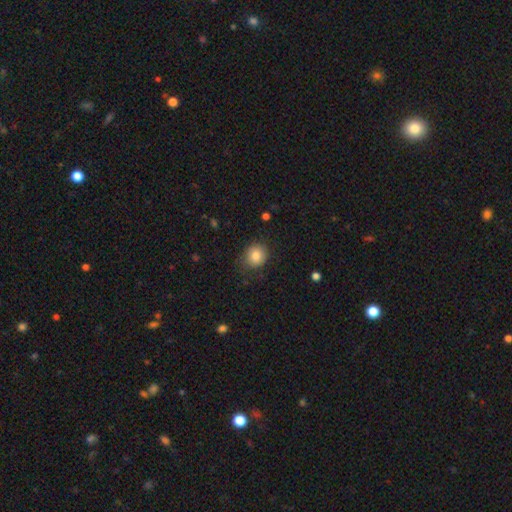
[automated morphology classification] Smooth or featured?
  - smooth: 82% *
  - star or artifact: 10%
  - featured or disk: 8%
How rounded?
  - round: 80% *
  - in between: 19%
  - cigar-shaped: 1%
Merging?
  - none: 77% *
  - minor disturbance: 17%
  - major disturbance: 4%
  - merger: 1%